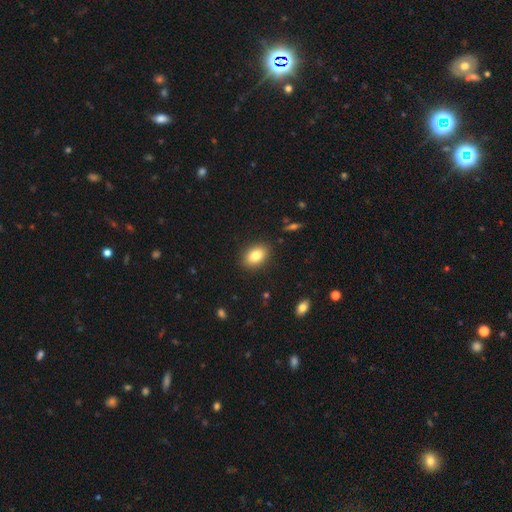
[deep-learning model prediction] The model was most divided on "how rounded": in between: 84%, round: 15%, cigar-shaped: 1%. More confident: merging — none (88%); smooth or featured — smooth (83%).